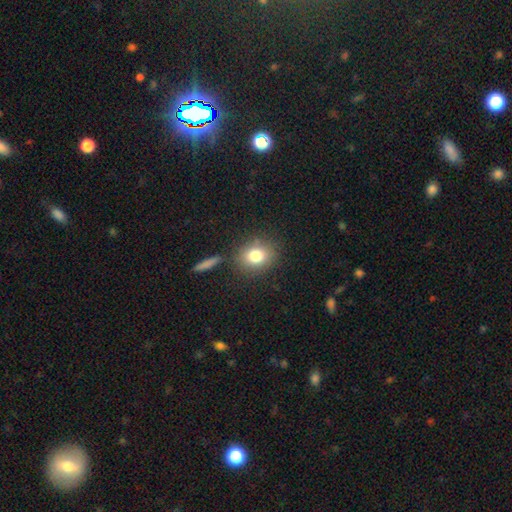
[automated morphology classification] smooth 79%, star or artifact 11%, featured or disk 10%. Down the decision tree: how rounded — round (55%); merging — none (79%).